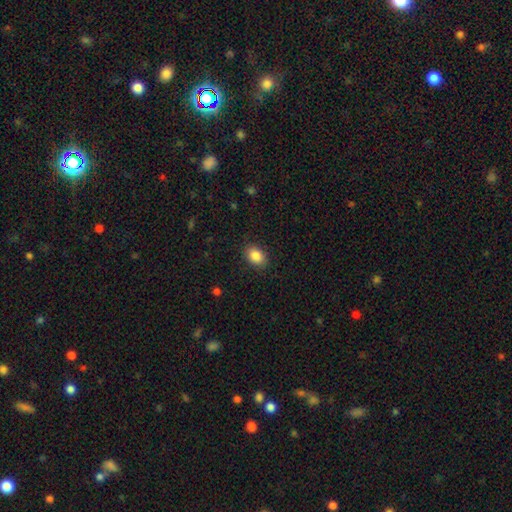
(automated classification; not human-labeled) Smooth or featured? smooth (87%)
How rounded? in between (75%)
Merging? none (88%)